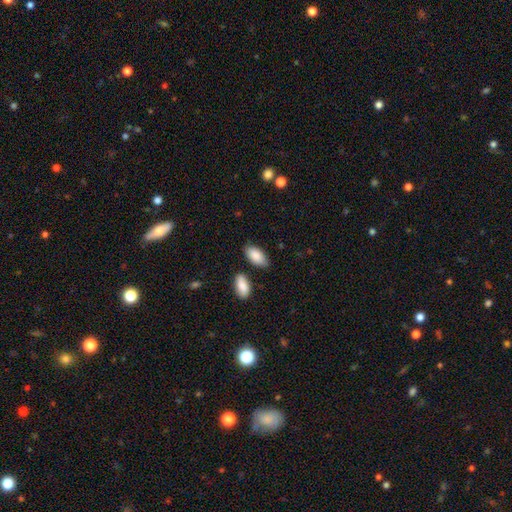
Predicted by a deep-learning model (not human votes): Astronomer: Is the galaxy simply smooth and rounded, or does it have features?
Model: smooth — 87%.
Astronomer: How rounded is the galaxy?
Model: in between — 94%.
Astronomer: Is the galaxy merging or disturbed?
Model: none — 73%.